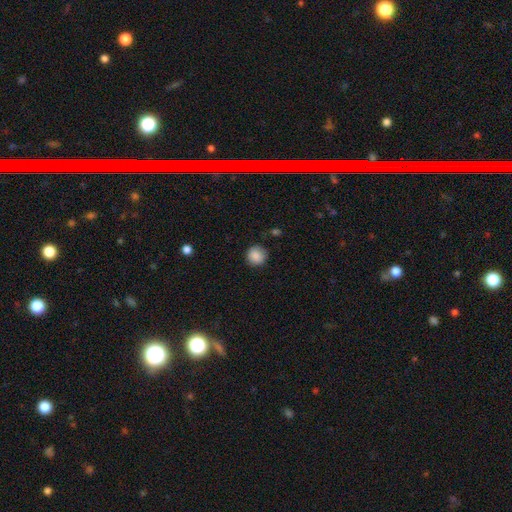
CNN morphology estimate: The model was most divided on "merging": none: 85%, minor disturbance: 11%, major disturbance: 3%, merger: 1%. More confident: how rounded — round (91%); smooth or featured — smooth (87%).